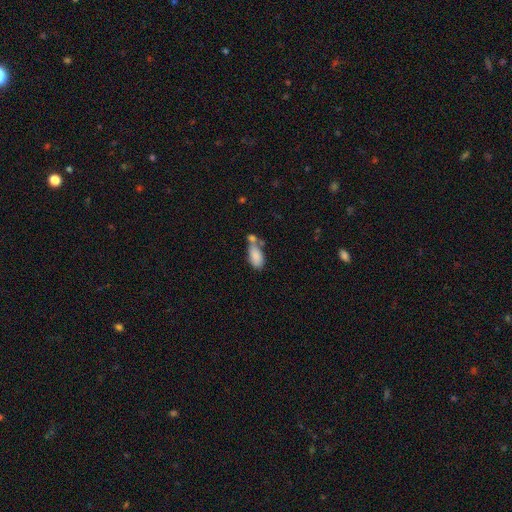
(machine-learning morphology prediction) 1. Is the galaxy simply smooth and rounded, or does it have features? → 82% smooth, 10% featured or disk, 8% star or artifact.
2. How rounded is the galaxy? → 90% in between, 6% cigar-shaped, 4% round.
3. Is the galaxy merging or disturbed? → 43% merger, 35% none, 15% minor disturbance, 7% major disturbance.